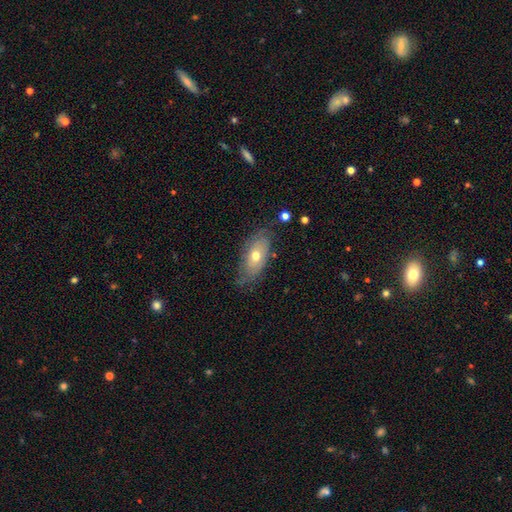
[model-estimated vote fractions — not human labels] Smooth or featured: smooth — 56% (featured or disk — 36%)
How rounded: in between — 86% (cigar-shaped — 8%)
Merging: none — 66% (minor disturbance — 24%)